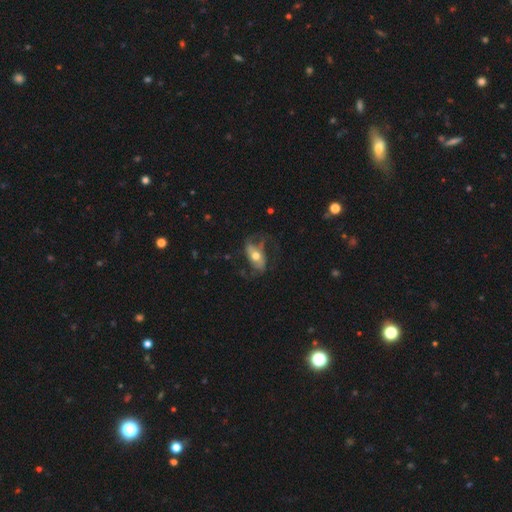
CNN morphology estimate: type=featured or disk (58%); edge-on=no (88%); bar=no (51%); spiral arms=yes (65%); bulge=moderate (71%); merging=none (48%).